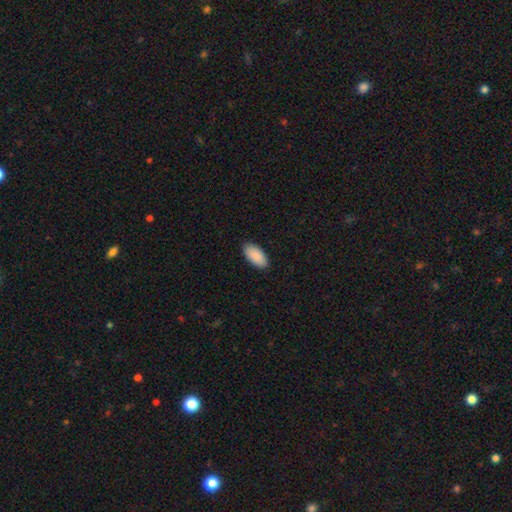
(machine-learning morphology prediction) Q: Smooth or featured?
A: smooth (91%); runner-up: star or artifact (5%)
Q: How rounded?
A: in between (95%); runner-up: cigar-shaped (3%)
Q: Merging?
A: none (89%); runner-up: minor disturbance (8%)